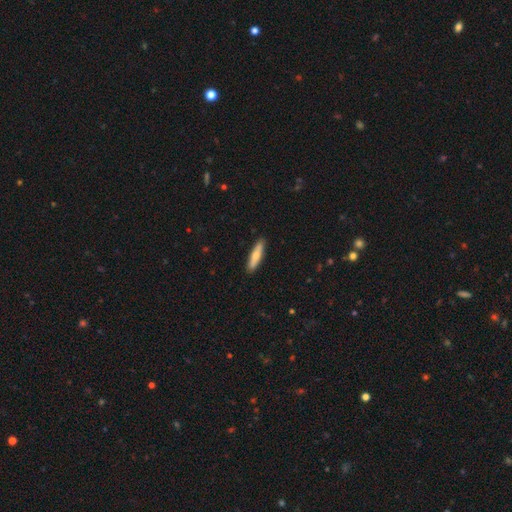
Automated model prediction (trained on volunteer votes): Q: Smooth or featured?
A: smooth (68%); runner-up: featured or disk (27%)
Q: How rounded?
A: cigar-shaped (82%); runner-up: in between (17%)
Q: Merging?
A: none (90%); runner-up: minor disturbance (8%)